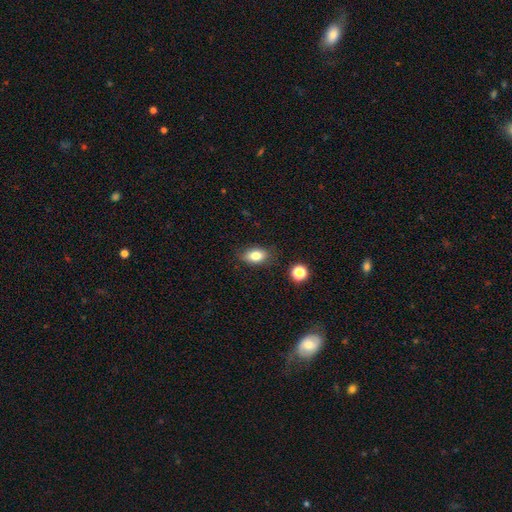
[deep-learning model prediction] smooth_or_featured: smooth (p=0.81) [alt: featured or disk p=0.10]
how_rounded: in between (p=0.85) [alt: round p=0.12]
merging: none (p=0.82) [alt: minor disturbance p=0.13]